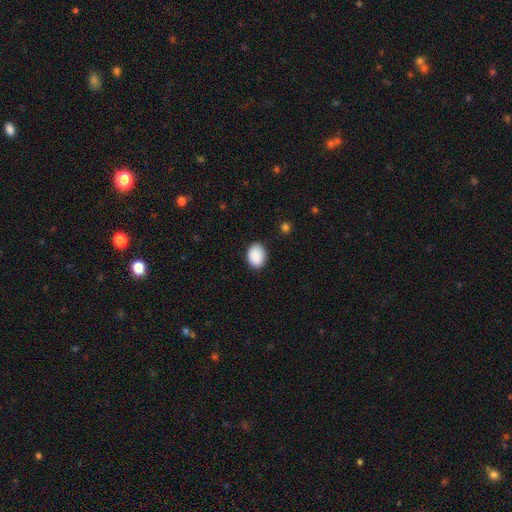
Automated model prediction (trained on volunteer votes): Smooth or featured: smooth — 91% (star or artifact — 7%)
How rounded: in between — 72% (round — 27%)
Merging: none — 88% (minor disturbance — 9%)